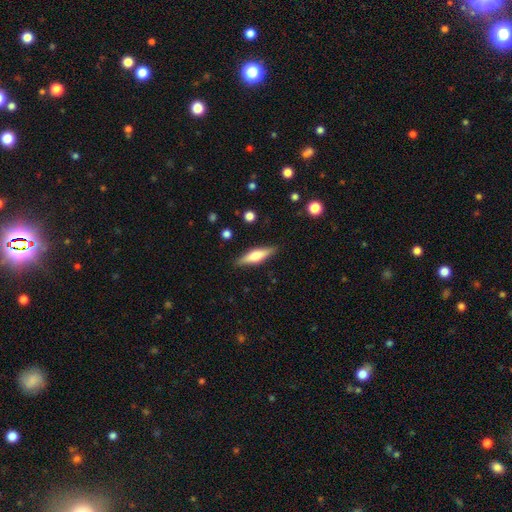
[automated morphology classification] Smooth or featured?
  - smooth: 47% * (tied)
  - featured or disk: 47% * (tied)
  - star or artifact: 6%
Merging?
  - none: 88% *
  - minor disturbance: 9%
  - major disturbance: 2%
  - merger: 1%